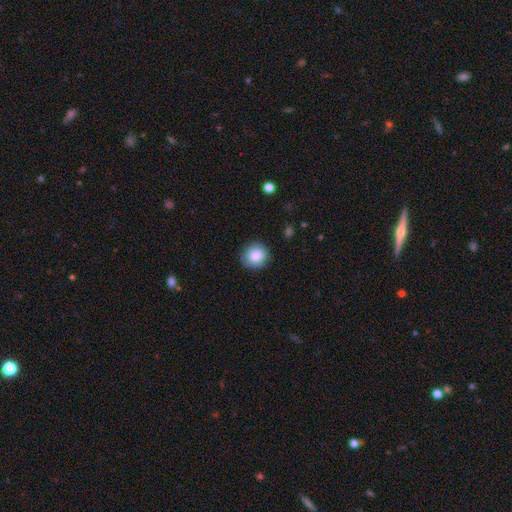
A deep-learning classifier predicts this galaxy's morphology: smooth 86%, star or artifact 8%, featured or disk 6%. Down the decision tree: how rounded — round (90%); merging — none (86%).